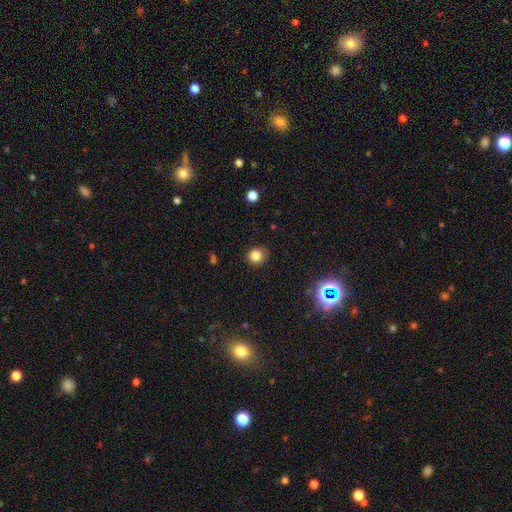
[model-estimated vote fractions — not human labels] smooth_or_featured: smooth (p=0.81) [alt: star or artifact p=0.13]
how_rounded: round (p=0.85) [alt: in between p=0.14]
merging: none (p=0.84) [alt: minor disturbance p=0.12]